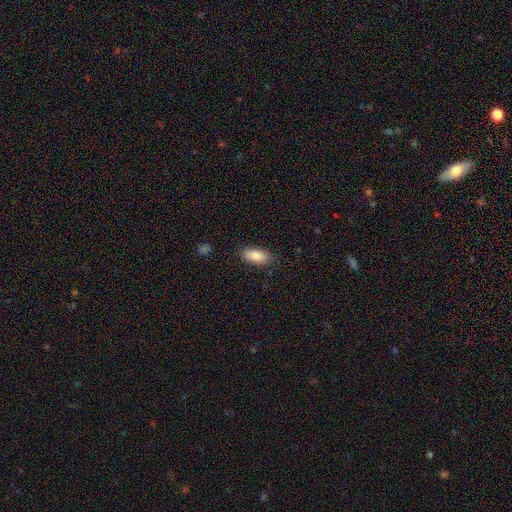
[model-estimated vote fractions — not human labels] The model was most divided on "merging": none: 84%, minor disturbance: 12%, major disturbance: 3%, merger: 1%. More confident: how rounded — in between (89%); smooth or featured — smooth (86%).